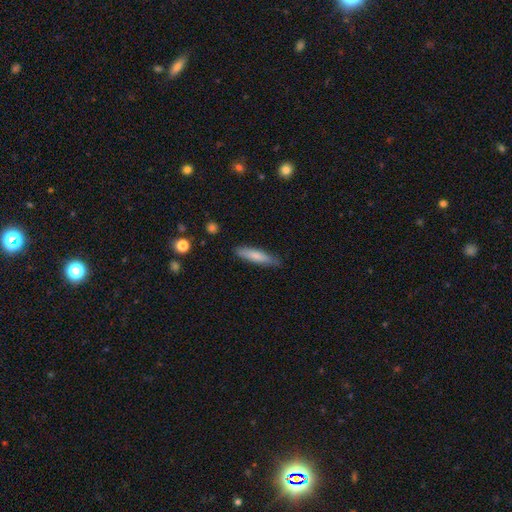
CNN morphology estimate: This is likely a smooth galaxy (76%). How rounded: clearly cigar-shaped (81%). Merging: likely none (80%).